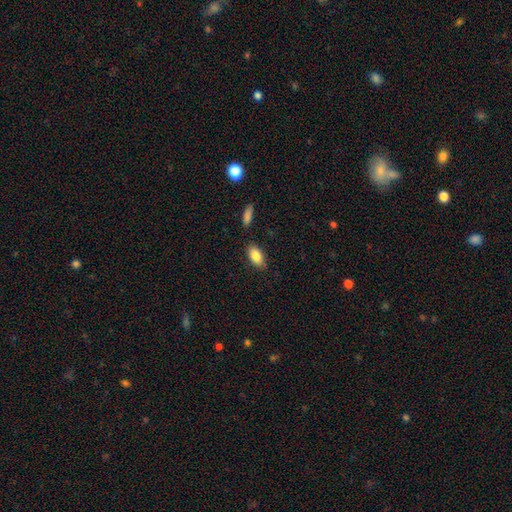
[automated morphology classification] smooth_or_featured: smooth (p=0.85) [alt: featured or disk p=0.08]
how_rounded: in between (p=0.91) [alt: cigar-shaped p=0.06]
merging: none (p=0.83) [alt: minor disturbance p=0.11]